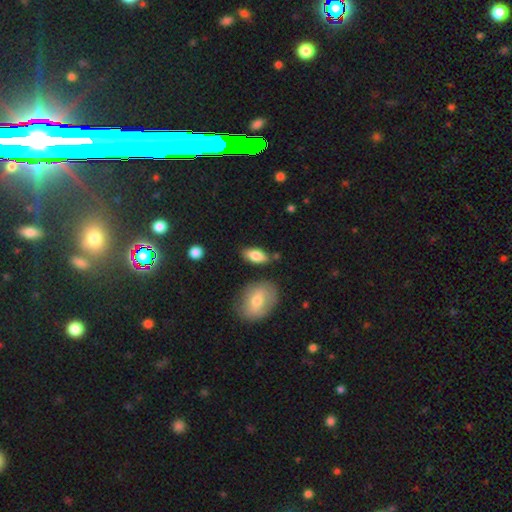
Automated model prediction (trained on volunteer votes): Smooth or featured?
  - smooth: 79% *
  - featured or disk: 15%
  - star or artifact: 7%
How rounded?
  - in between: 85% *
  - cigar-shaped: 11%
  - round: 4%
Merging?
  - none: 78% *
  - minor disturbance: 13%
  - merger: 5%
  - major disturbance: 3%